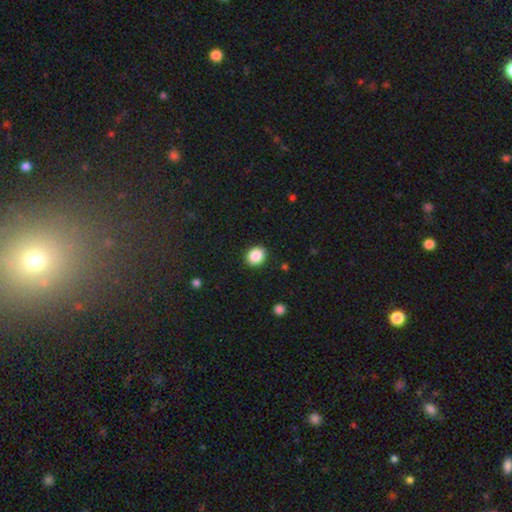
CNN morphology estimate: smooth_or_featured: smooth (p=0.88) [alt: star or artifact p=0.09]
how_rounded: round (p=0.67) [alt: in between p=0.32]
merging: none (p=0.90) [alt: minor disturbance p=0.07]